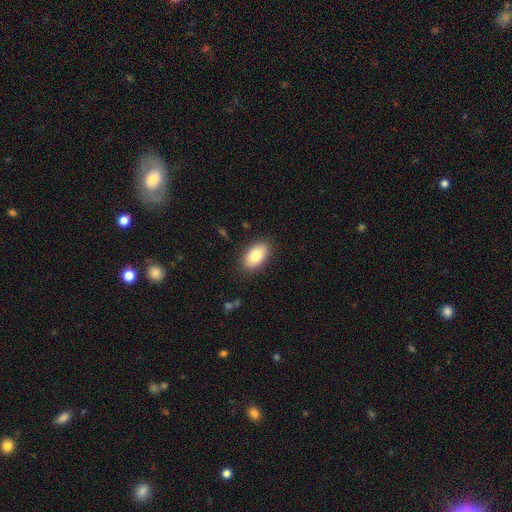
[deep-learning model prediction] Smooth or featured? smooth (84%)
How rounded? in between (93%)
Merging? none (86%)